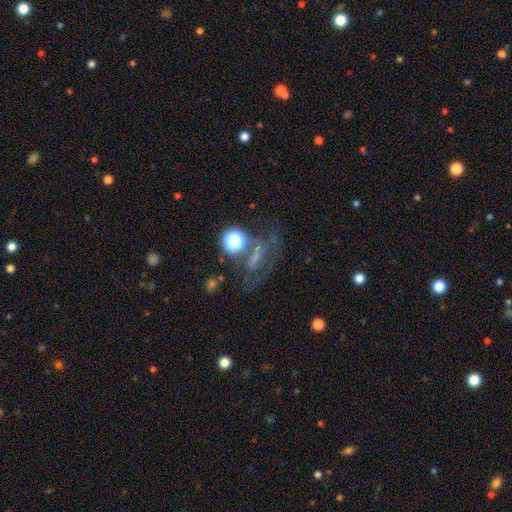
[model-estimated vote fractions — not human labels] Overall: featured or disk (36%; smooth 33%). Merging: none (45%; major disturbance 28%).